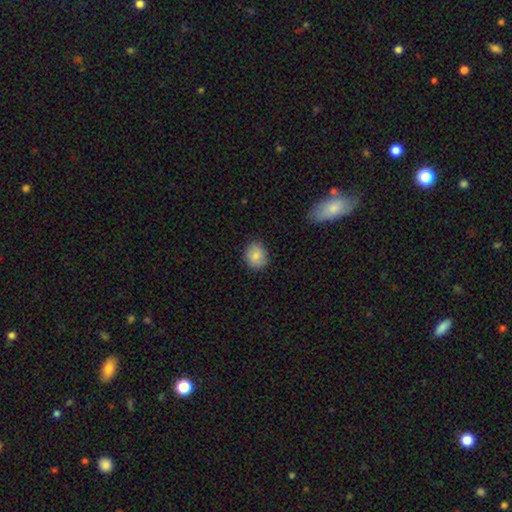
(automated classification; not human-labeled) smooth_or_featured: smooth (p=0.84) [alt: featured or disk p=0.08]
how_rounded: round (p=0.71) [alt: in between p=0.28]
merging: none (p=0.84) [alt: minor disturbance p=0.12]